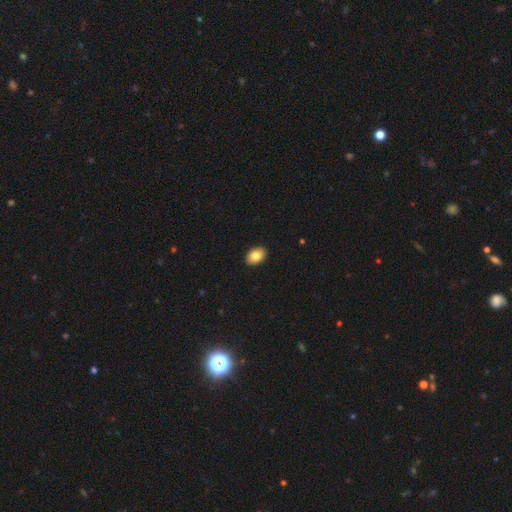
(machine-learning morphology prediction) Smooth or featured? smooth (84%)
How rounded? in between (86%)
Merging? none (91%)